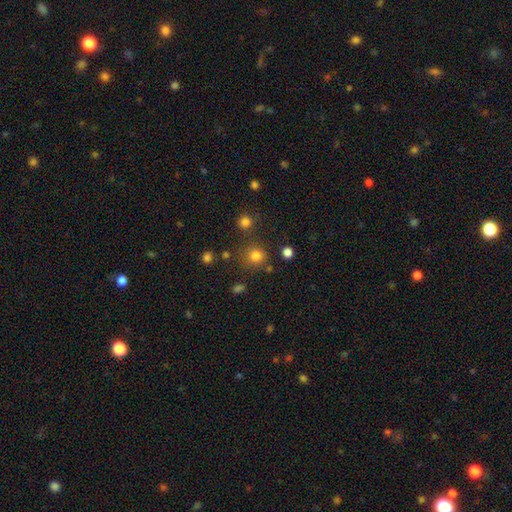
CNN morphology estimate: Q: Smooth or featured?
A: smooth (78%); runner-up: star or artifact (16%)
Q: How rounded?
A: round (92%); runner-up: in between (7%)
Q: Merging?
A: none (79%); runner-up: minor disturbance (9%)